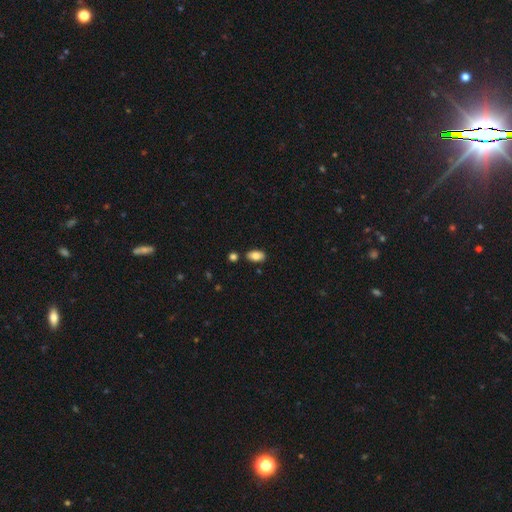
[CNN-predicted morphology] This is clearly a smooth galaxy (84%). How rounded: clearly in between (93%). Merging: clearly none (82%).